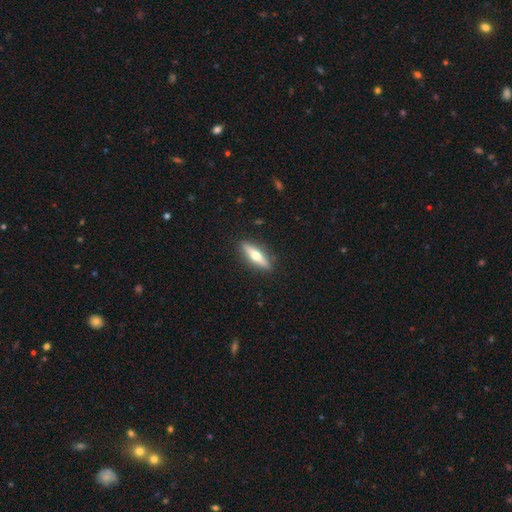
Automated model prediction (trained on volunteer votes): A featured or disk galaxy (53%) viewed edge-on (92%).

Vote fractions:
- Smooth or featured? featured or disk: 53% / smooth: 41% / star or artifact: 5%
- Edge-on disk? yes: 92% / no: 8%
- Merging? none: 89% / minor disturbance: 8% / major disturbance: 2% / merger: 1%